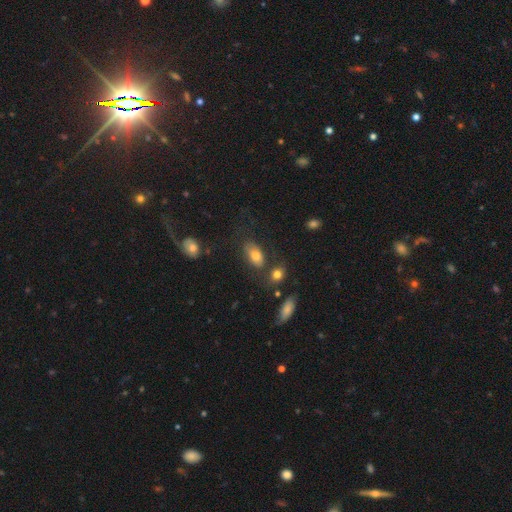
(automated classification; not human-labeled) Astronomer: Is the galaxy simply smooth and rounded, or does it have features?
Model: smooth — 77%.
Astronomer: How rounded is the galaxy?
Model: in between — 90%.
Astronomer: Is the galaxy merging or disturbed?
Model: none — 64%.